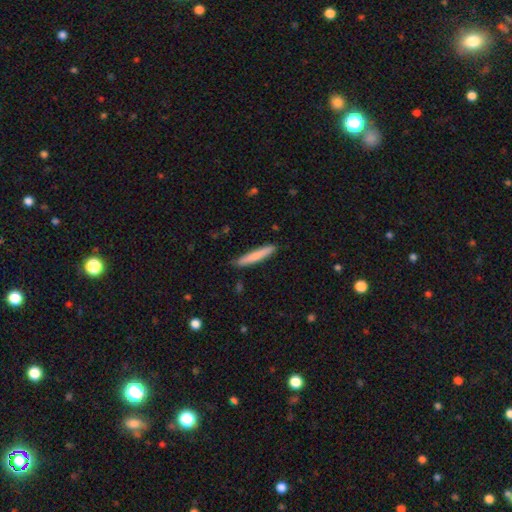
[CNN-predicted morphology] Smooth or featured: smooth — 77% (featured or disk — 17%)
How rounded: cigar-shaped — 94% (in between — 5%)
Merging: none — 87% (minor disturbance — 10%)